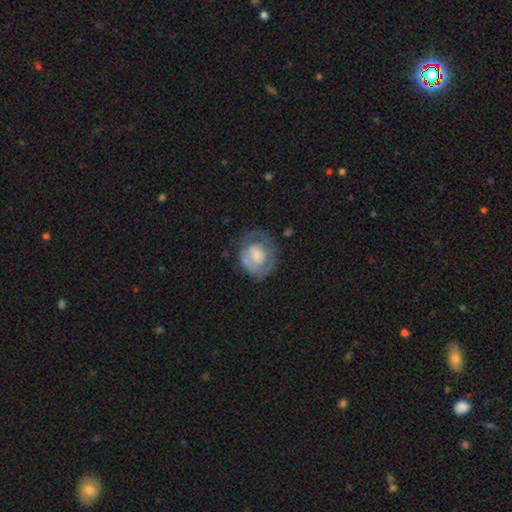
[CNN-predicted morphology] This appears to be a featured or disk galaxy (54%) with no bar (76%), spiral arms (55%) and a small central bulge (37%). Merging: none (47%).